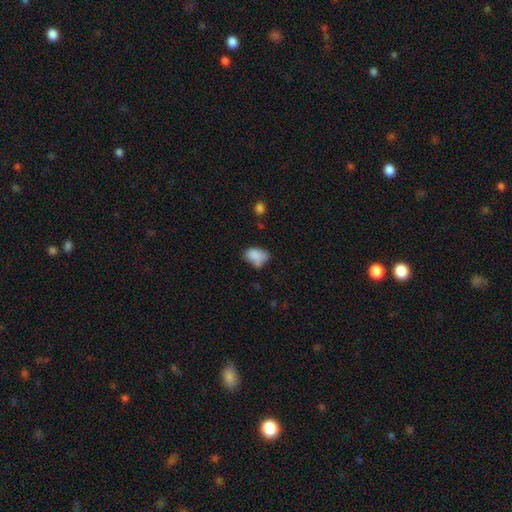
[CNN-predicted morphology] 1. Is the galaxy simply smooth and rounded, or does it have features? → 83% smooth, 9% star or artifact, 8% featured or disk.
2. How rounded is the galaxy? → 82% in between, 17% round, 1% cigar-shaped.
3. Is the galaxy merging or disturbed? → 46% none, 34% minor disturbance, 11% major disturbance, 8% merger.